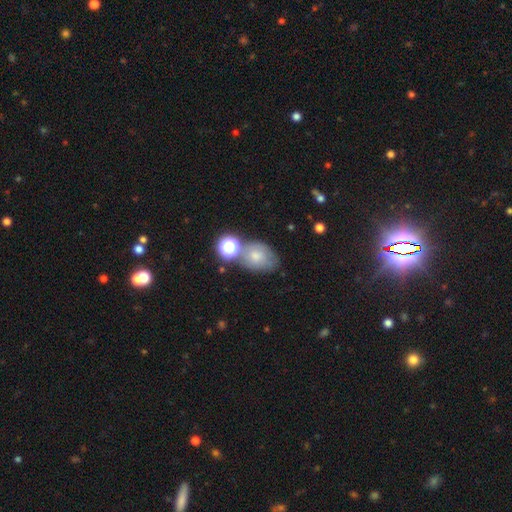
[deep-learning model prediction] smooth-or-featured: smooth: 65% | featured or disk: 21% | star or artifact: 15%
  how-rounded: in between: 66% | round: 33% | cigar-shaped: 1%
  merging: none: 47% | merger: 22% | minor disturbance: 22% | major disturbance: 10%